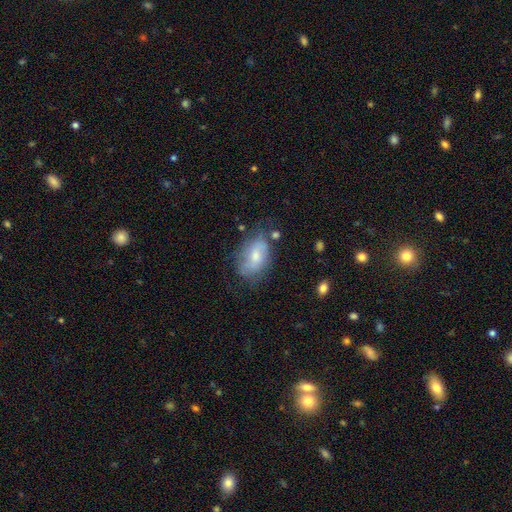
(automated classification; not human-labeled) The model was most divided on "smooth or featured": smooth: 56%, featured or disk: 36%, star or artifact: 8%. More confident: how rounded — in between (87%); merging — none (55%).